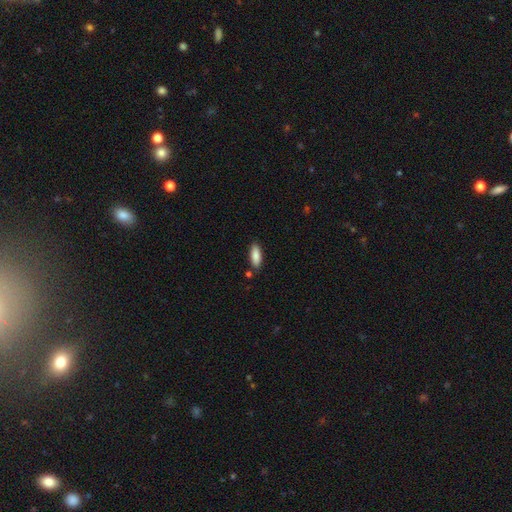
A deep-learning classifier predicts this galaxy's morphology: smooth-or-featured: smooth: 87% | featured or disk: 7% | star or artifact: 6%
  how-rounded: in between: 67% | cigar-shaped: 32% | round: 2%
  merging: none: 83% | minor disturbance: 11% | merger: 3% | major disturbance: 2%